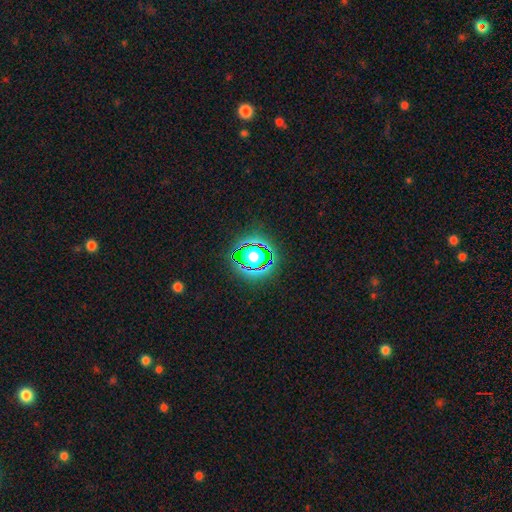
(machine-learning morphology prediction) Smooth or featured? Predicted: star or artifact (p=0.80).